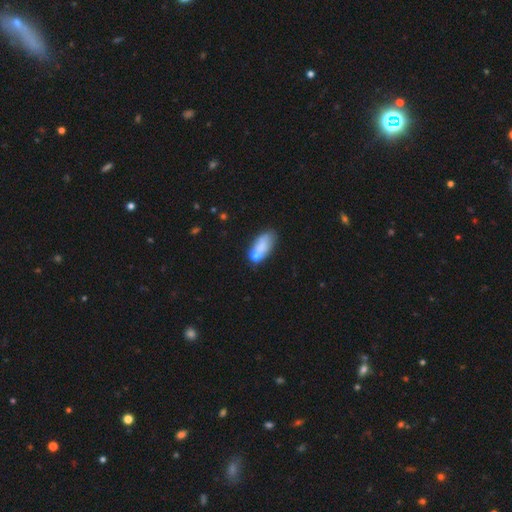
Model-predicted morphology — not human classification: Smooth or featured?
  - smooth: 65% *
  - featured or disk: 25%
  - star or artifact: 10%
How rounded?
  - in between: 82% *
  - cigar-shaped: 14%
  - round: 4%
Merging?
  - none: 37% *
  - merger: 26%
  - minor disturbance: 23%
  - major disturbance: 15%